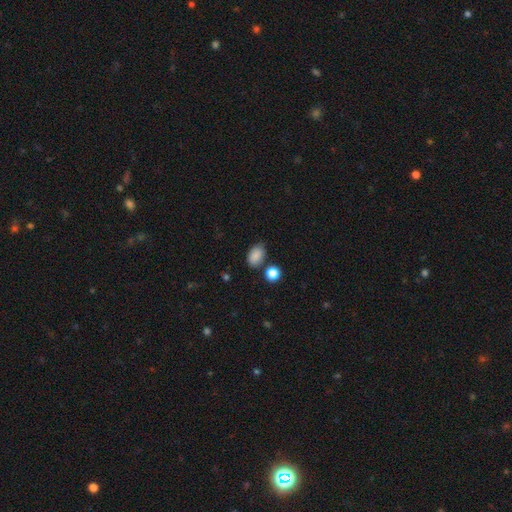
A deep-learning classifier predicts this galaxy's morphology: Smooth or featured?
  - smooth: 87% *
  - star or artifact: 9%
  - featured or disk: 5%
How rounded?
  - in between: 86% *
  - round: 12%
  - cigar-shaped: 1%
Merging?
  - none: 74% *
  - minor disturbance: 16%
  - merger: 6%
  - major disturbance: 4%